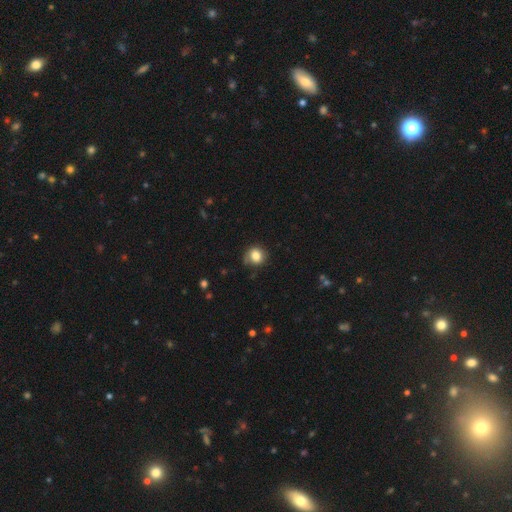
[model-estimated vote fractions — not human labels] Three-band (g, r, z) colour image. It shows a smooth galaxy with no disk features (81%) that is round (81%). Merging: none (72%).